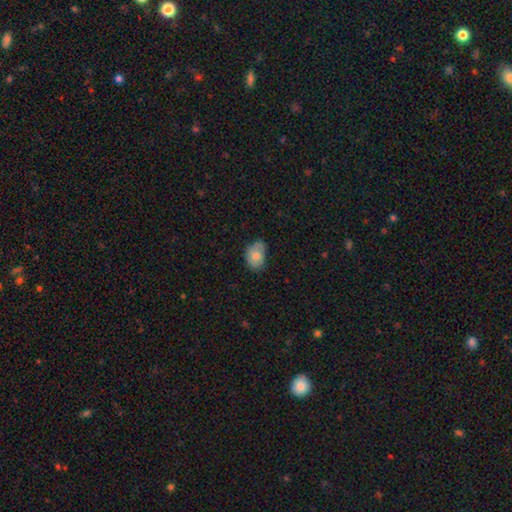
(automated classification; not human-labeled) Q: Smooth or featured?
A: smooth (75%); runner-up: featured or disk (18%)
Q: How rounded?
A: in between (78%); runner-up: round (21%)
Q: Merging?
A: none (54%); runner-up: minor disturbance (36%)